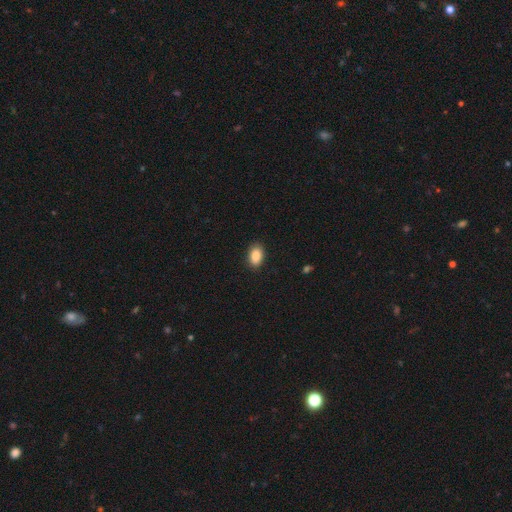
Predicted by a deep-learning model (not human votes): smooth 87%, star or artifact 8%, featured or disk 5%. Down the decision tree: how rounded — in between (89%); merging — none (89%).